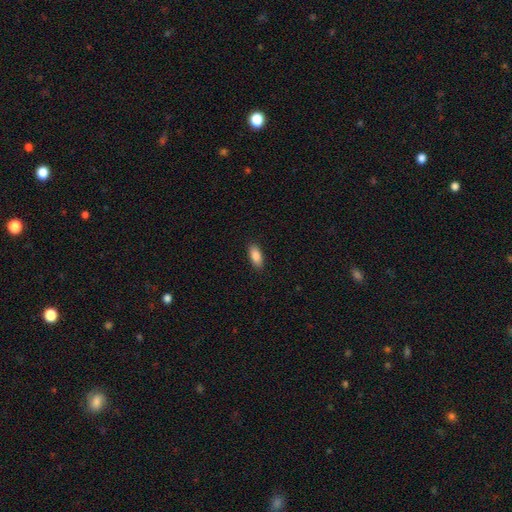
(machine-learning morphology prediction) smooth 88%, star or artifact 6%, featured or disk 5%. Down the decision tree: how rounded — in between (87%); merging — none (89%).